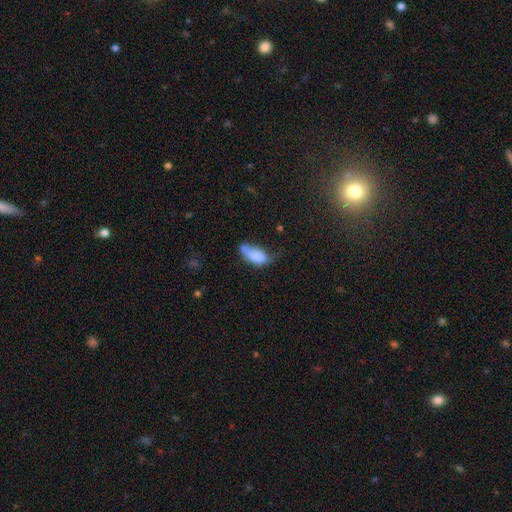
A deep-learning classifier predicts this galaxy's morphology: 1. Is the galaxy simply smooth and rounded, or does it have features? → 75% smooth, 17% featured or disk, 9% star or artifact.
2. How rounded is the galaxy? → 86% in between, 11% cigar-shaped, 4% round.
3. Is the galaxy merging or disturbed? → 32% minor disturbance, 27% major disturbance, 23% none, 18% merger.